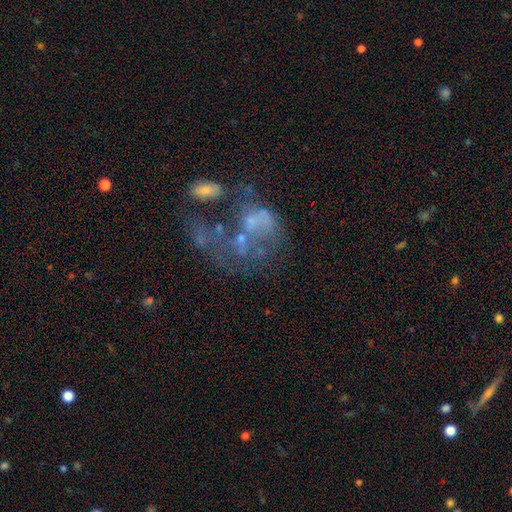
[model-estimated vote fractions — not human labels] Morphology: type=featured or disk (57%); edge-on=no (98%); bar=no (92%); spiral arms=no (91%); bulge=none (70%); merging=merger (36%).